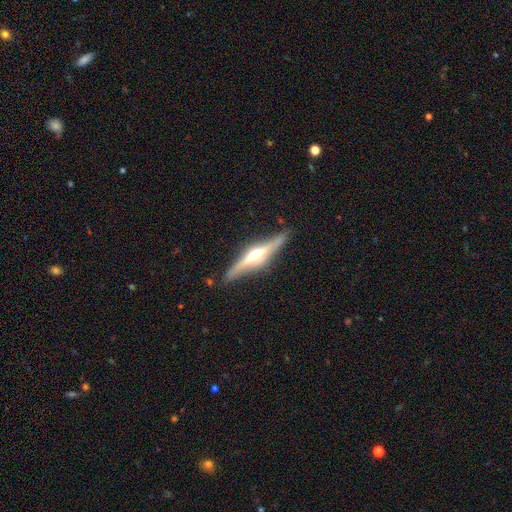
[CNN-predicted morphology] smooth-or-featured: featured or disk: 77% | smooth: 18% | star or artifact: 5%
  disk-edge-on: yes: 97% | no: 3%
    edge-on-bulge: rounded: 91% | boxy: 6% | none: 3%
  merging: none: 86% | minor disturbance: 10% | major disturbance: 2% | merger: 2%